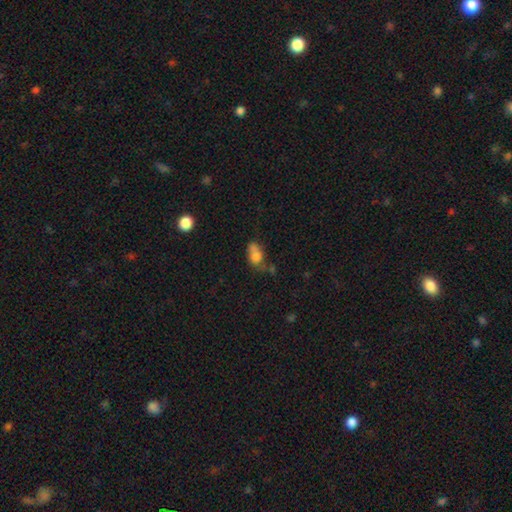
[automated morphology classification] smooth-or-featured: smooth: 74% | featured or disk: 15% | star or artifact: 12%
  how-rounded: in between: 67% | round: 30% | cigar-shaped: 3%
  merging: merger: 39% | none: 27% | minor disturbance: 20% | major disturbance: 14%